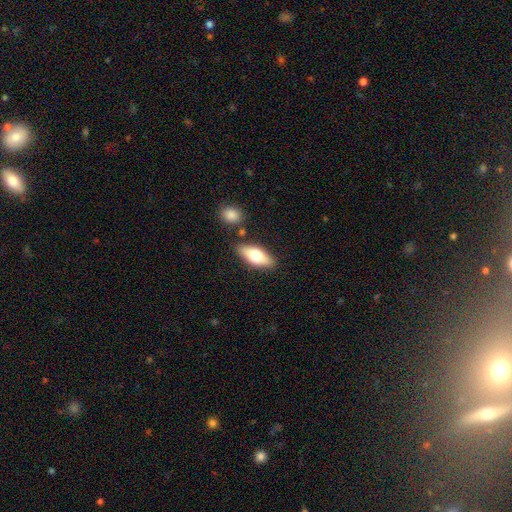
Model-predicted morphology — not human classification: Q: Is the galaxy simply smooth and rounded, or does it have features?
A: smooth — 65%.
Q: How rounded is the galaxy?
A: in between — 74%.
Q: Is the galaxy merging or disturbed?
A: none — 82%.